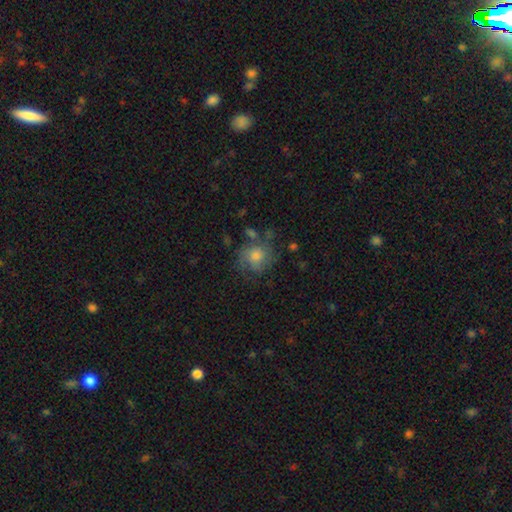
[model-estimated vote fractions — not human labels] Smooth or featured: smooth — 50% (featured or disk — 38%)
Merging: none — 61% (minor disturbance — 21%)